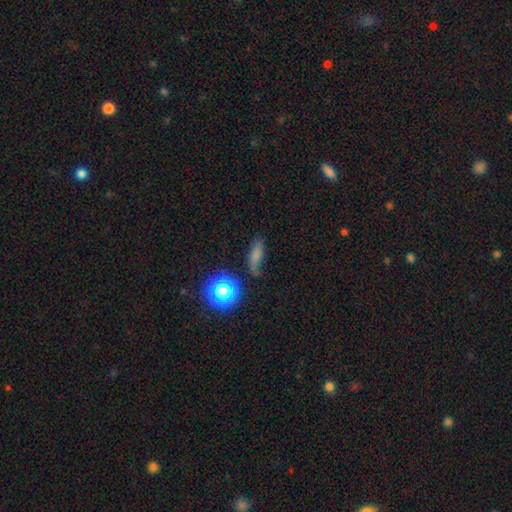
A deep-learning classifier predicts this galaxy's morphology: A smooth galaxy with no disk features (63%) that is in between round and cigar-shaped (48%). Merging: none (55%).